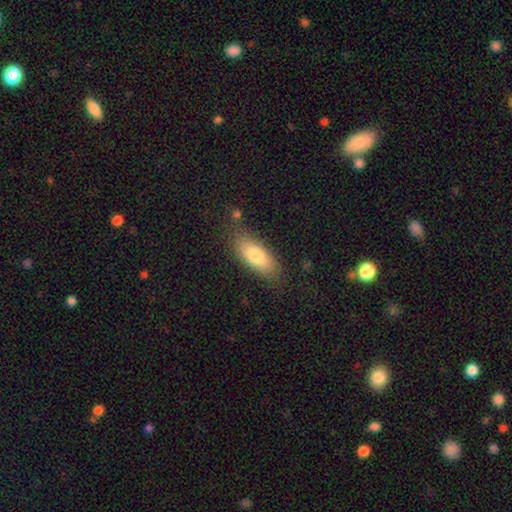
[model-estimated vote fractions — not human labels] Smooth or featured?
  - smooth: 78% *
  - featured or disk: 16%
  - star or artifact: 7%
How rounded?
  - in between: 77% *
  - cigar-shaped: 21%
  - round: 2%
Merging?
  - none: 78% *
  - minor disturbance: 15%
  - major disturbance: 4%
  - merger: 3%